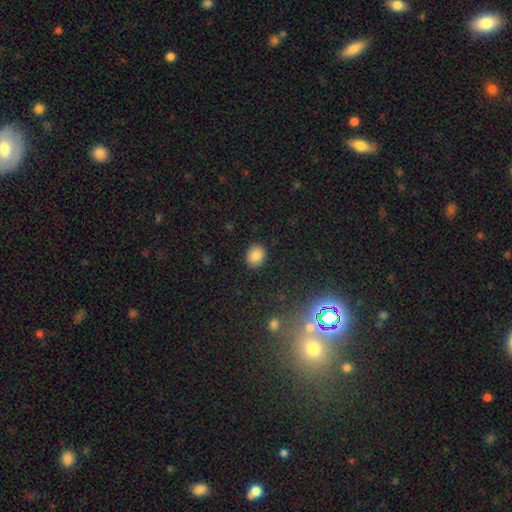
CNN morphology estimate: smooth-or-featured: smooth: 86% | star or artifact: 10% | featured or disk: 4%
  how-rounded: round: 60% | in between: 39% | cigar-shaped: 1%
  merging: none: 90% | minor disturbance: 7% | major disturbance: 2% | merger: 1%